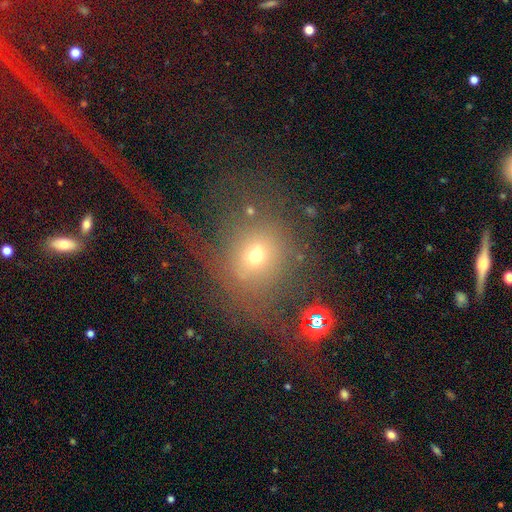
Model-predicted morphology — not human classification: Smooth or featured? Predicted: smooth (p=0.55). How rounded? Predicted: round (p=0.76). Merging? Predicted: none (p=0.45).